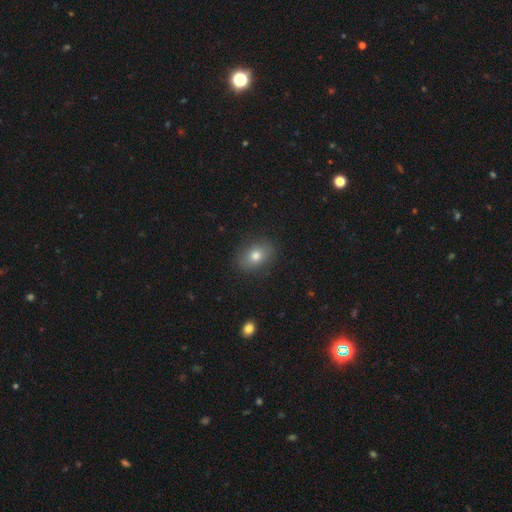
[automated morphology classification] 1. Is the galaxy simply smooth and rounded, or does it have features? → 77% smooth, 13% featured or disk, 10% star or artifact.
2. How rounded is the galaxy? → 75% in between, 24% round, 2% cigar-shaped.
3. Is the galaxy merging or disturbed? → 87% none, 10% minor disturbance, 3% major disturbance, 1% merger.